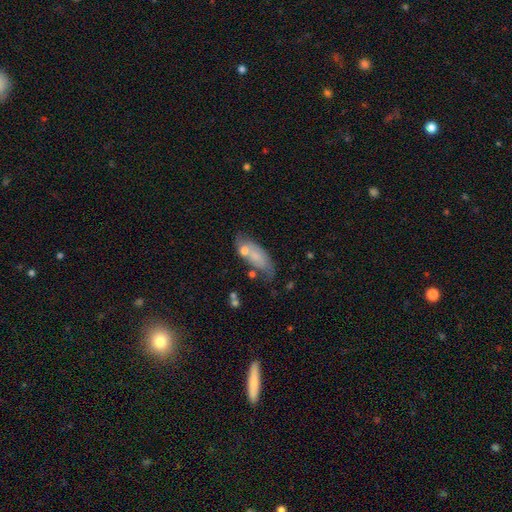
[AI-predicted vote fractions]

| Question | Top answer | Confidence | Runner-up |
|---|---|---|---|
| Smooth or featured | smooth | 57% | featured or disk (34%) |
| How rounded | in between | 77% | cigar-shaped (20%) |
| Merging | none | 39% | minor disturbance (27%) |